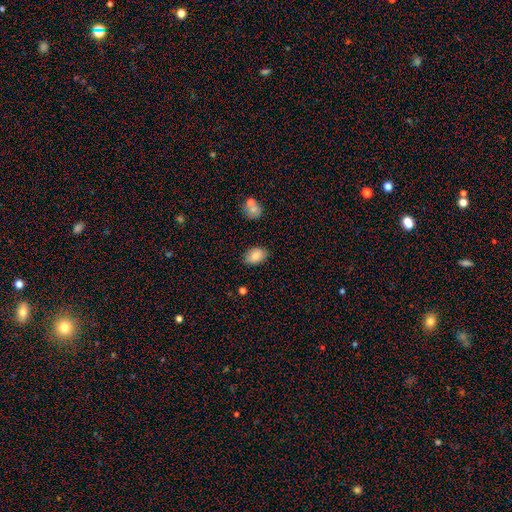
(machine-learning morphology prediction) smooth_or_featured: smooth (p=0.83) [alt: featured or disk p=0.09]
how_rounded: in between (p=0.85) [alt: round p=0.14]
merging: none (p=0.78) [alt: minor disturbance p=0.17]